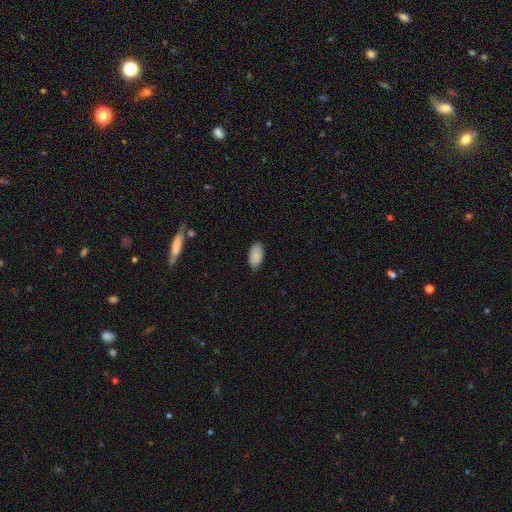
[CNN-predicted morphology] The model was most divided on "merging": none: 84%, minor disturbance: 13%, major disturbance: 2%, merger: 1%. More confident: how rounded — in between (95%); smooth or featured — smooth (88%).